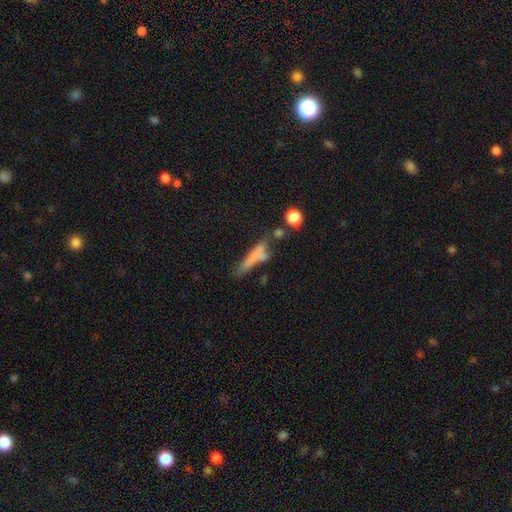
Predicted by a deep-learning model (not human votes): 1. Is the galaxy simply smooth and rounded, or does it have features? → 63% smooth, 25% featured or disk, 12% star or artifact.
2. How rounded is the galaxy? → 79% cigar-shaped, 17% in between, 4% round.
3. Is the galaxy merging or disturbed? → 43% none, 22% minor disturbance, 18% major disturbance, 17% merger.